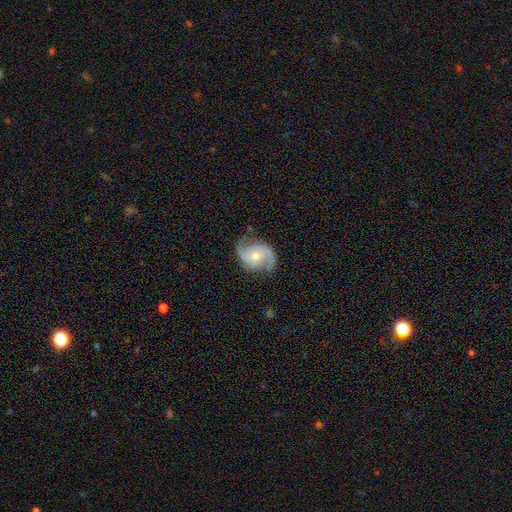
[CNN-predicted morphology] Smooth or featured? Predicted: featured or disk (p=0.84). Edge-on disk? Predicted: no (p=0.97). Bar? Predicted: no (p=0.62). Spiral arms? Predicted: yes (p=0.95). Spiral winding? Predicted: medium (p=0.47). Spiral arm count? Predicted: 2 (p=0.90). Bulge size? Predicted: moderate (p=0.54). Merging? Predicted: none (p=0.73).